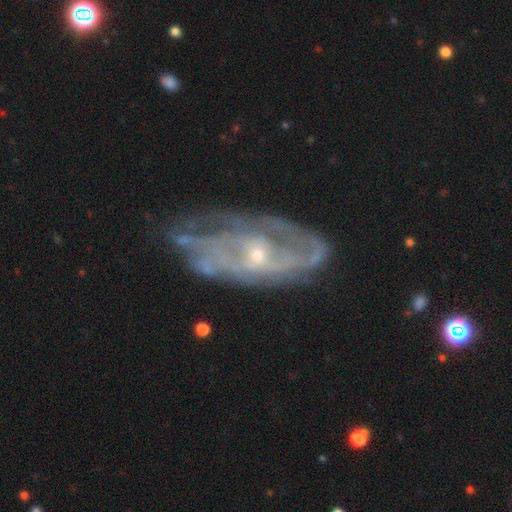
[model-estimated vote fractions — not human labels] The model was most divided on "spiral winding": tight: 57%, medium: 32%, loose: 11%. Remaining: edge-on disk — no (93%); spiral arms — yes (87%); smooth or featured — featured or disk (84%); bulge size — small (68%); bar — no (61%); merging — none (59%); spiral arm count — can't tell (47%).